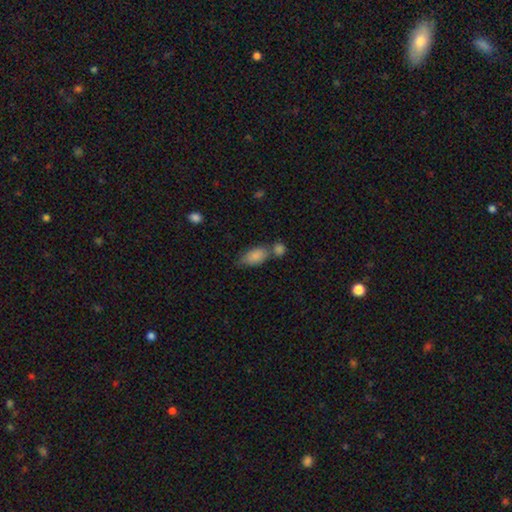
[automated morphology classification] This appears to be a smooth galaxy with no disk features (84%) that is in between round and cigar-shaped (88%). Merging: none (39%).